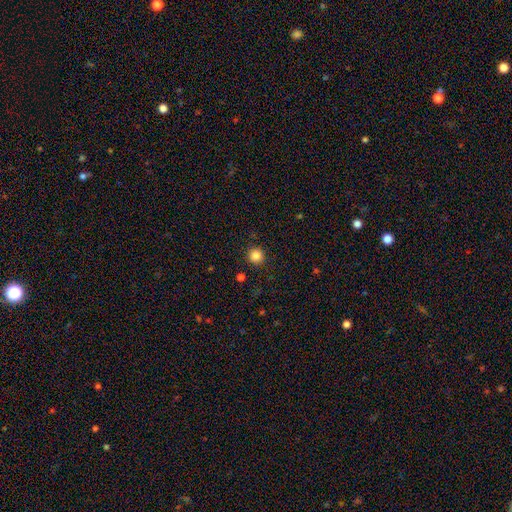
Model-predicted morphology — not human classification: This is clearly a smooth galaxy (85%). How rounded: clearly round (95%). Merging: clearly none (92%).